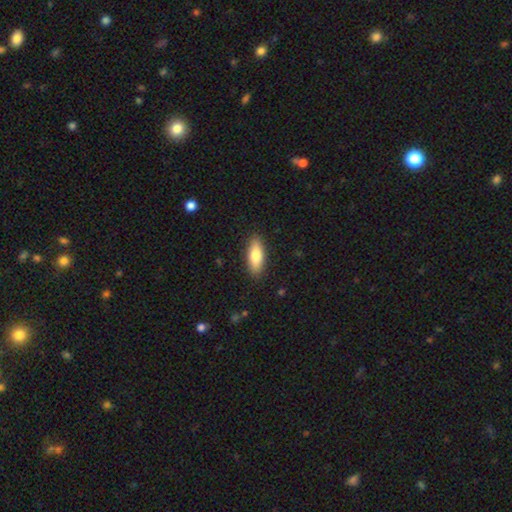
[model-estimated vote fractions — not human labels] The model was most divided on "how rounded": in between: 69%, cigar-shaped: 29%, round: 2%. More confident: merging — none (89%); smooth or featured — smooth (80%).